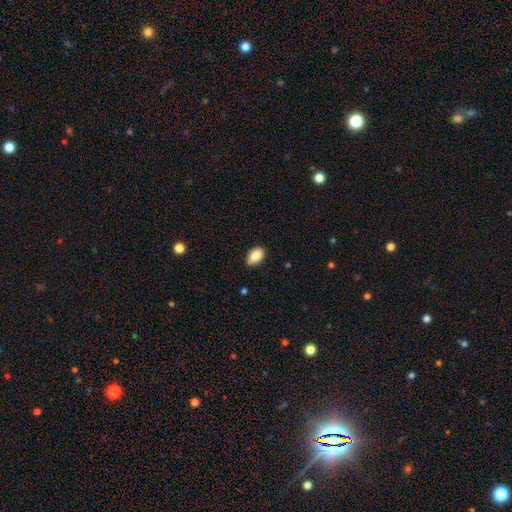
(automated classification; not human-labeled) Overall: smooth (86%). How rounded: in between (89%). Merging: none (82%).